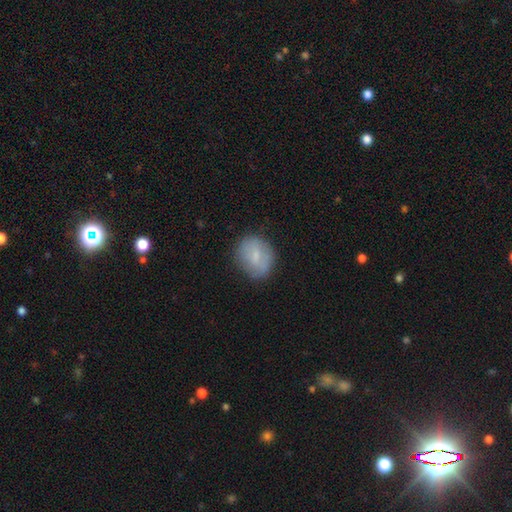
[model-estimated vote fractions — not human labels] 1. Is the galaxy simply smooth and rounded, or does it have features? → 68% smooth, 24% featured or disk, 7% star or artifact.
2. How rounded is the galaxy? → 61% round, 38% in between, 1% cigar-shaped.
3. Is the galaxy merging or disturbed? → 73% none, 20% minor disturbance, 6% major disturbance, 1% merger.